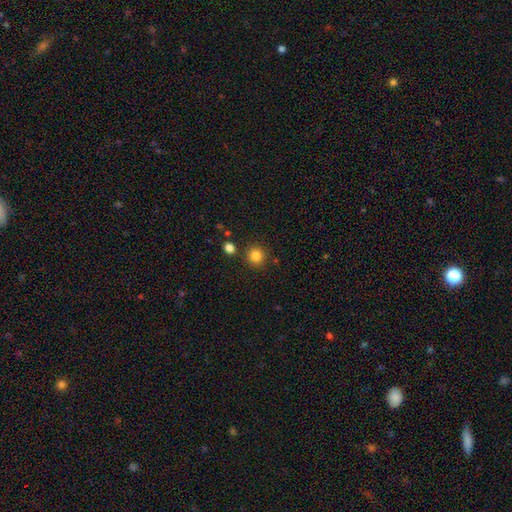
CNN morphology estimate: This is clearly a smooth galaxy (84%). How rounded: clearly round (92%). Merging: clearly none (85%).